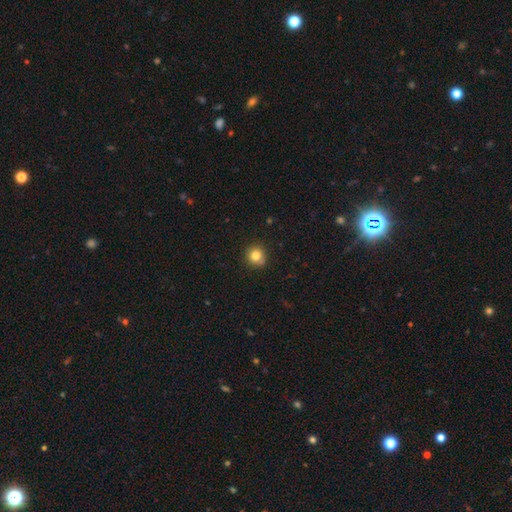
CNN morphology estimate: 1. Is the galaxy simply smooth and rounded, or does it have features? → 81% smooth, 12% star or artifact, 7% featured or disk.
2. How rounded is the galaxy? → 92% round, 7% in between, 1% cigar-shaped.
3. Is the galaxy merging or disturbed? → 83% none, 11% minor disturbance, 3% merger, 2% major disturbance.